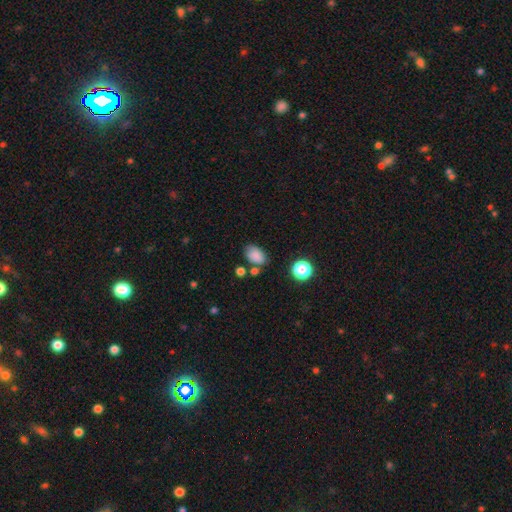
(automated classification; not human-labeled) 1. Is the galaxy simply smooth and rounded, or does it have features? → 83% smooth, 11% star or artifact, 6% featured or disk.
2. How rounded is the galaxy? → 84% in between, 15% round, 1% cigar-shaped.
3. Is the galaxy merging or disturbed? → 67% none, 19% minor disturbance, 9% merger, 5% major disturbance.